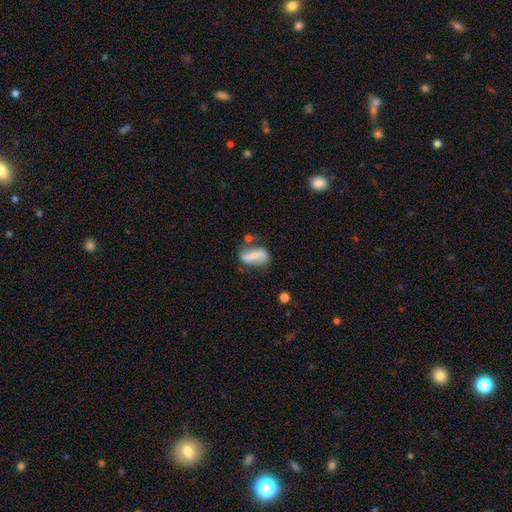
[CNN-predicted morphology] Smooth or featured?
  - featured or disk: 56% *
  - smooth: 36%
  - star or artifact: 8%
Edge-on disk?
  - no: 91% *
  - yes: 9%
Bar?
  - strong: 47% *
  - no: 28%
  - weak: 25%
Spiral arms?
  - yes: 71% *
  - no: 29%
Bulge size?
  - small: 57% *
  - moderate: 32%
  - none: 8%
  - large: 2%
  - dominant: 1%
Merging?
  - none: 56% *
  - minor disturbance: 23%
  - merger: 12%
  - major disturbance: 10%